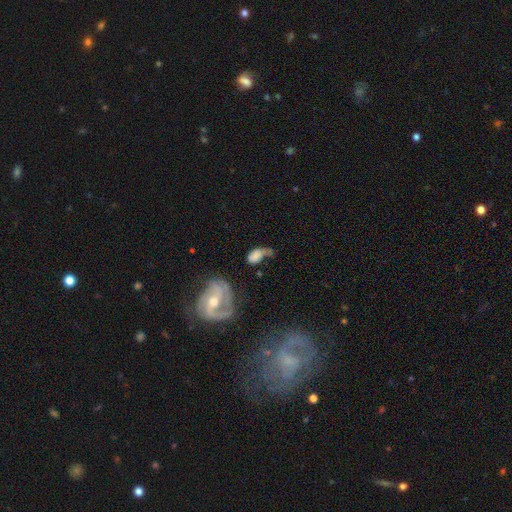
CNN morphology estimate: The model was most divided on "merging": major disturbance: 32%, minor disturbance: 27%, none: 27%, merger: 14%. More confident: how rounded — in between (86%); smooth or featured — smooth (61%).